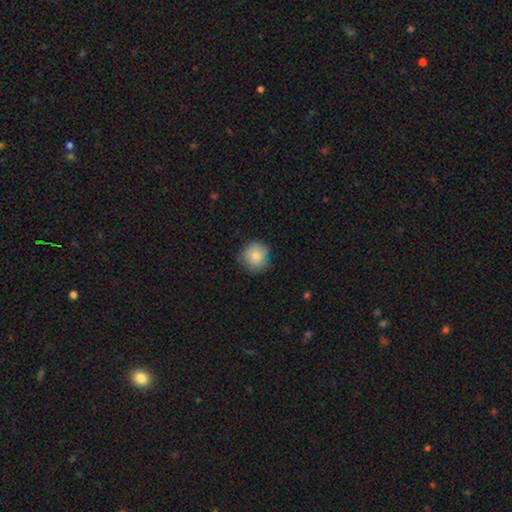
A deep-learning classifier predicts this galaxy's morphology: Smooth or featured? Predicted: smooth (p=0.84). How rounded? Predicted: round (p=0.92). Merging? Predicted: none (p=0.77).